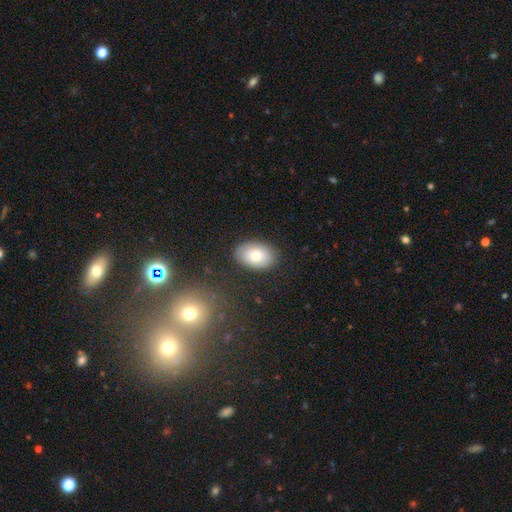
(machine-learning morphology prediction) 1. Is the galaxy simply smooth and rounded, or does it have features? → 74% smooth, 18% featured or disk, 8% star or artifact.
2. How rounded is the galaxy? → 84% in between, 15% round, 1% cigar-shaped.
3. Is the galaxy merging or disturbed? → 84% none, 11% minor disturbance, 3% major disturbance, 1% merger.